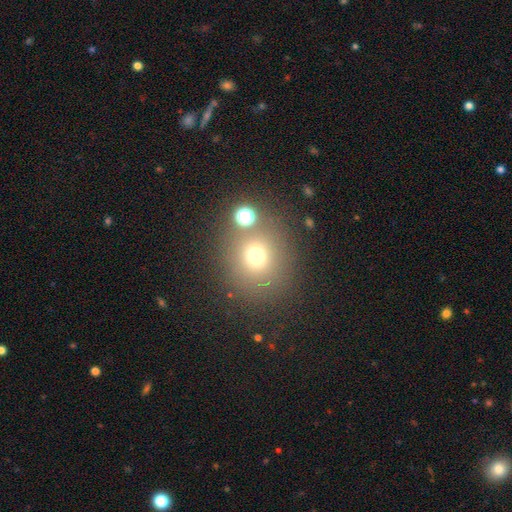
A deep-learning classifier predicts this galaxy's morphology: smooth-or-featured: smooth: 69% | star or artifact: 20% | featured or disk: 12%
  how-rounded: round: 89% | in between: 10% | cigar-shaped: 1%
  merging: none: 75% | merger: 10% | minor disturbance: 10% | major disturbance: 5%